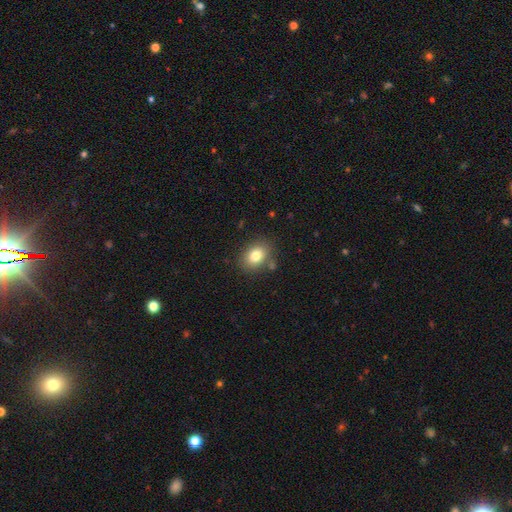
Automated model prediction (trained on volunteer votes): This is clearly a smooth galaxy (81%). How rounded: likely in between (65%). Merging: likely none (79%).